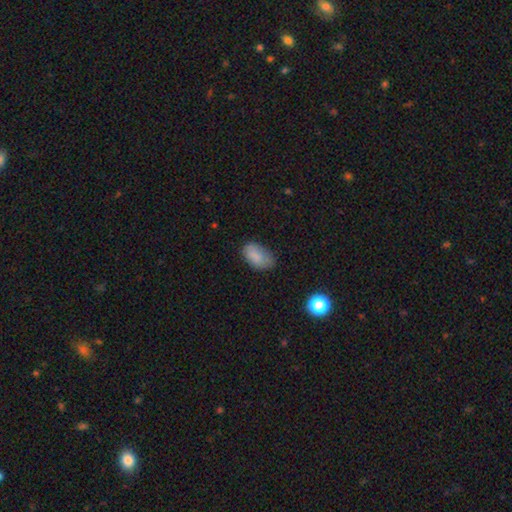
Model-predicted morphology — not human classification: Smooth or featured? Predicted: smooth (p=0.84). How rounded? Predicted: in between (p=0.93). Merging? Predicted: none (p=0.63).